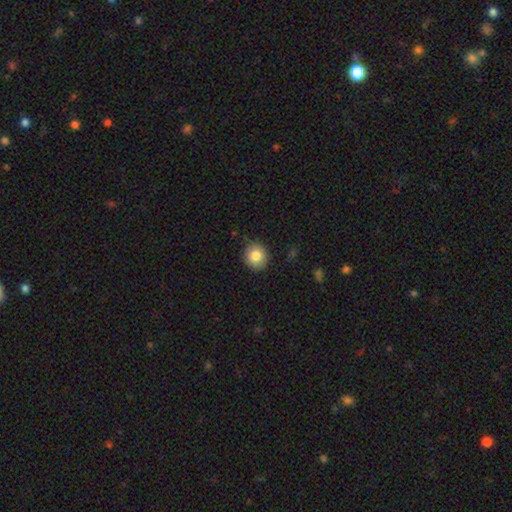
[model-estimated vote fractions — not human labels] Q: Smooth or featured?
A: smooth (83%); runner-up: star or artifact (9%)
Q: How rounded?
A: round (86%); runner-up: in between (13%)
Q: Merging?
A: none (88%); runner-up: minor disturbance (9%)